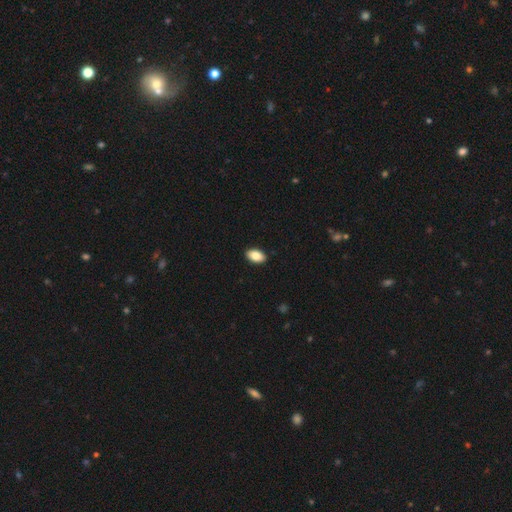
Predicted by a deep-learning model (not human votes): Smooth or featured? smooth (86%)
How rounded? in between (93%)
Merging? none (91%)